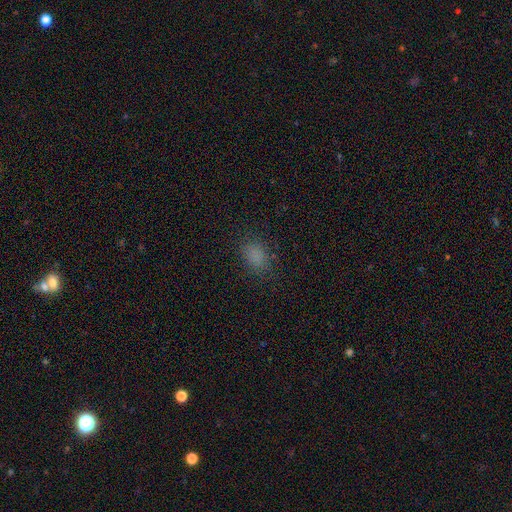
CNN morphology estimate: This appears to be a smooth galaxy with no disk features (81%) that is in between round and cigar-shaped (72%). Merging: none (82%).